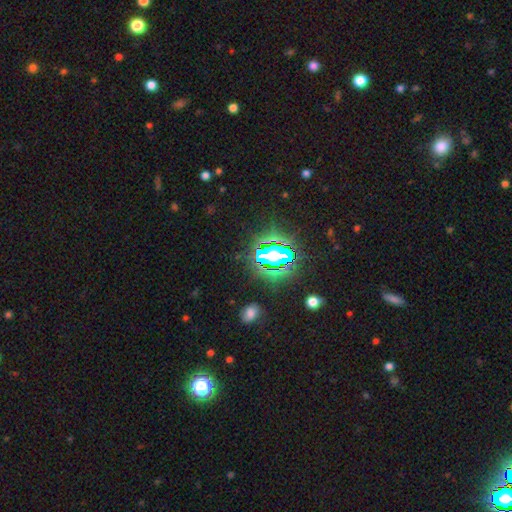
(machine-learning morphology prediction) Overall: star or artifact (68%).